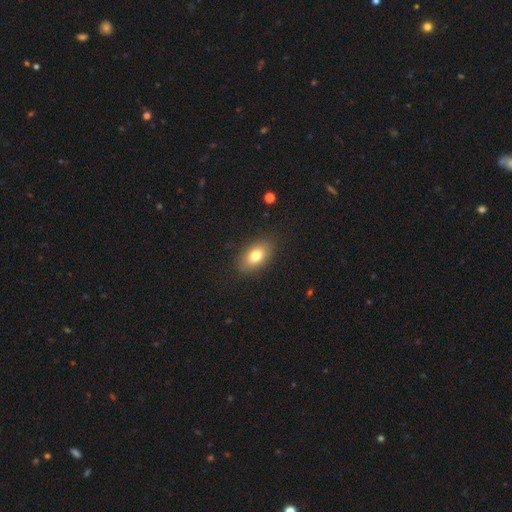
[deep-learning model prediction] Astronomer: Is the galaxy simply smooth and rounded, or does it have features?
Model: smooth — 78%.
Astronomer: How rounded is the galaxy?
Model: in between — 87%.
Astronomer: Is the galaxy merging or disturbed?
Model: none — 86%.